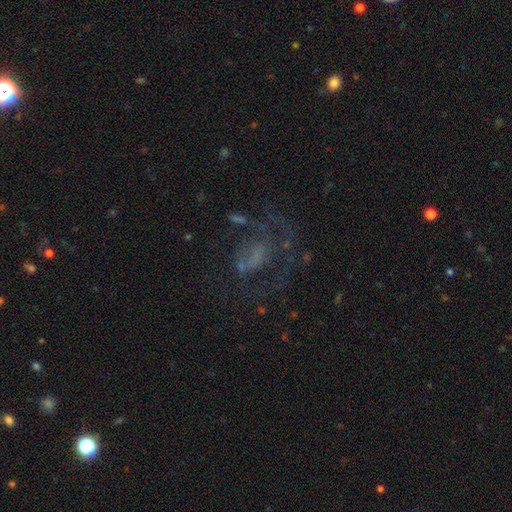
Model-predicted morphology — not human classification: featured or disk 55%, smooth 23%, star or artifact 22%. Down the decision tree: edge-on disk — no (97%); bar — no (72%); spiral arms — no (55%); bulge size — none (60%); merging — major disturbance (44%).